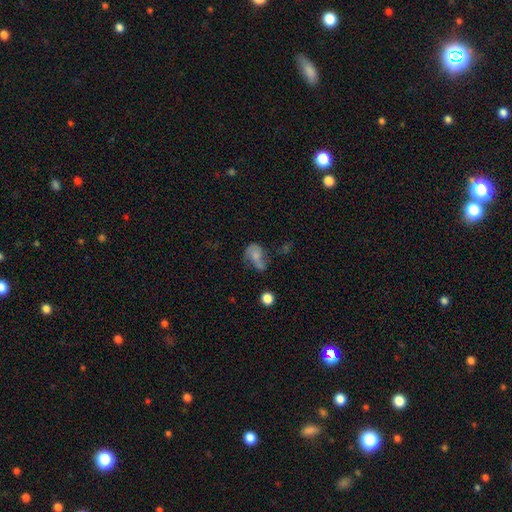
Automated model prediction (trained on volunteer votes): Smooth or featured: smooth — 52% (featured or disk — 36%)
How rounded: in between — 76% (round — 21%)
Merging: none — 31% (major disturbance — 30%)